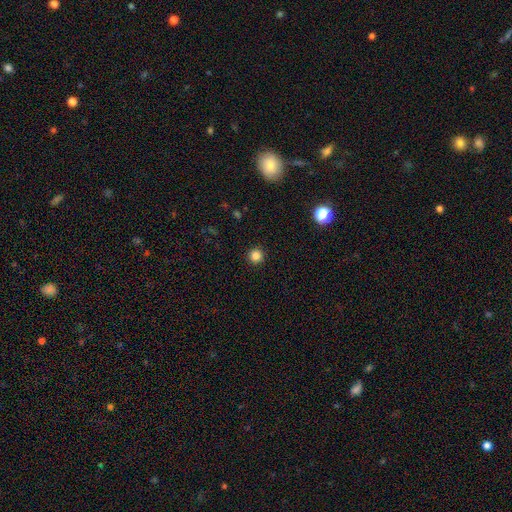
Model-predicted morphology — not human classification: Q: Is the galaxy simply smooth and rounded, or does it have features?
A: smooth — 84%.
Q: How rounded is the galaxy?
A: round — 96%.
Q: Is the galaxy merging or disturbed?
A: none — 93%.